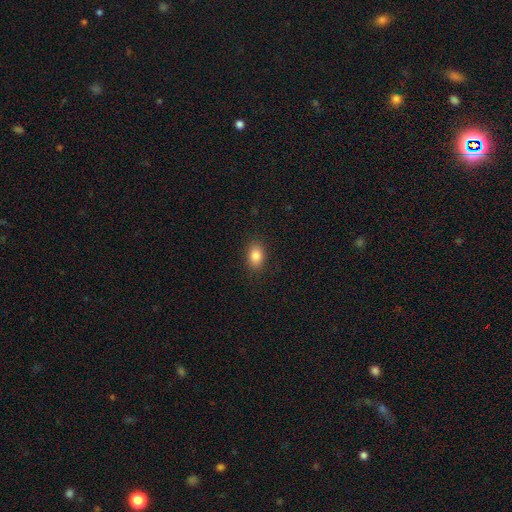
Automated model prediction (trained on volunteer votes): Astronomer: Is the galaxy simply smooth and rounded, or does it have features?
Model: smooth — 85%.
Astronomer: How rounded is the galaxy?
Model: in between — 81%.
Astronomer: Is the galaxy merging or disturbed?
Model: none — 88%.